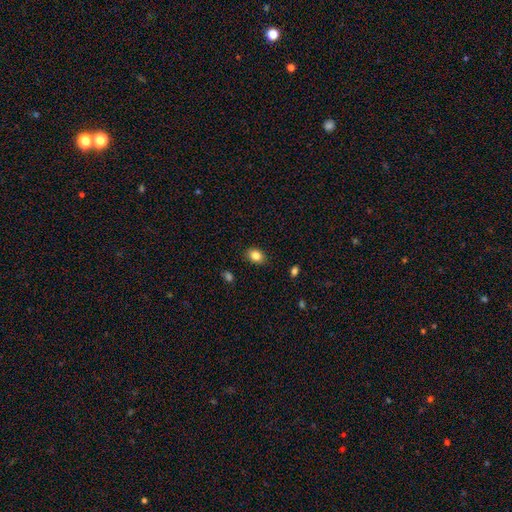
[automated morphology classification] Q: Smooth or featured?
A: smooth (84%); runner-up: star or artifact (9%)
Q: How rounded?
A: in between (72%); runner-up: round (27%)
Q: Merging?
A: none (87%); runner-up: minor disturbance (10%)